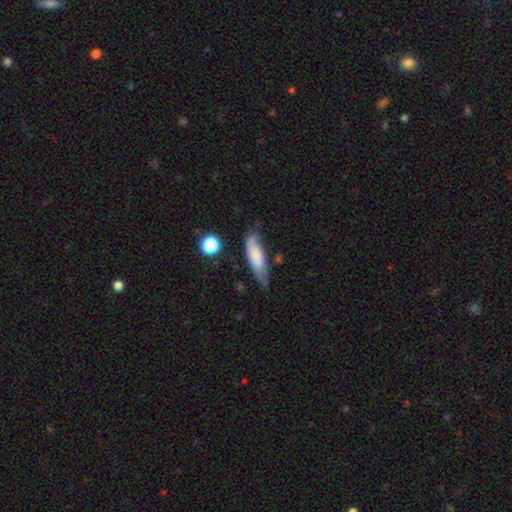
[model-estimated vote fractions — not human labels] The model was most divided on "how rounded" (2-way tie): cigar-shaped: 49%, in between: 49%, round: 2%. More confident: smooth or featured — smooth (67%); merging — none (54%).